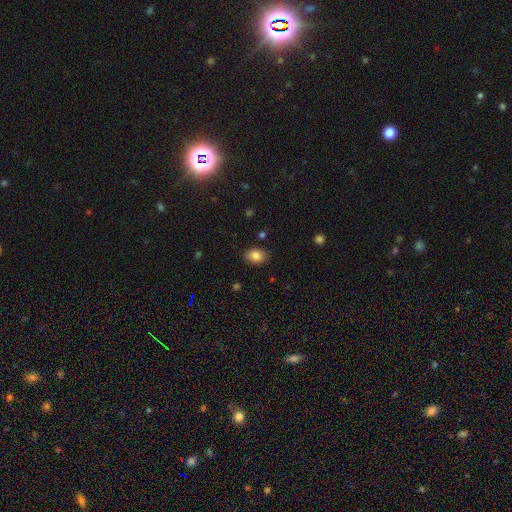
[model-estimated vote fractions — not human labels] Smooth or featured: smooth — 84% (star or artifact — 9%)
How rounded: in between — 77% (round — 22%)
Merging: none — 86% (minor disturbance — 11%)